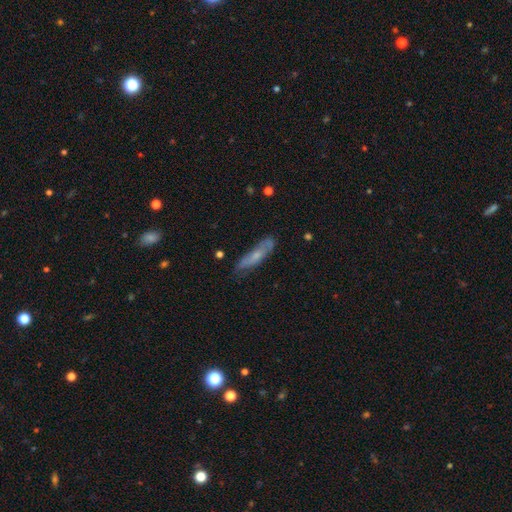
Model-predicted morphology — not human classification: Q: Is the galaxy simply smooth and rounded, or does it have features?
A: smooth — 51%.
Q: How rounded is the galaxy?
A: cigar-shaped — 77%.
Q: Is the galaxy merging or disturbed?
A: none — 67%.